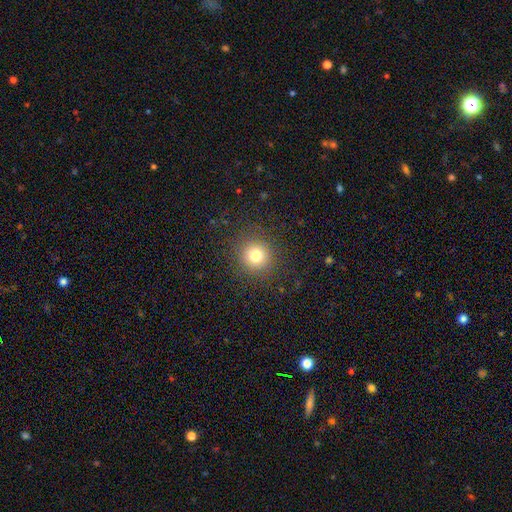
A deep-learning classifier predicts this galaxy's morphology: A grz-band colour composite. It shows a smooth galaxy with no disk features (78%) that is round (93%). Merging: none (89%).